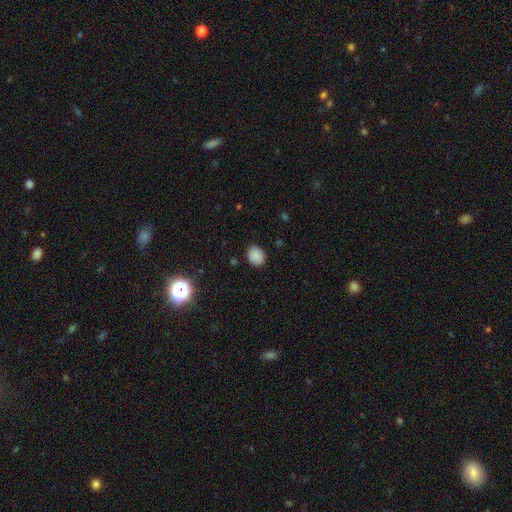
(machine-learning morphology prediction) The model was most divided on "how rounded": round: 57%, in between: 42%, cigar-shaped: 1%. More confident: smooth or featured — smooth (85%); merging — none (84%).